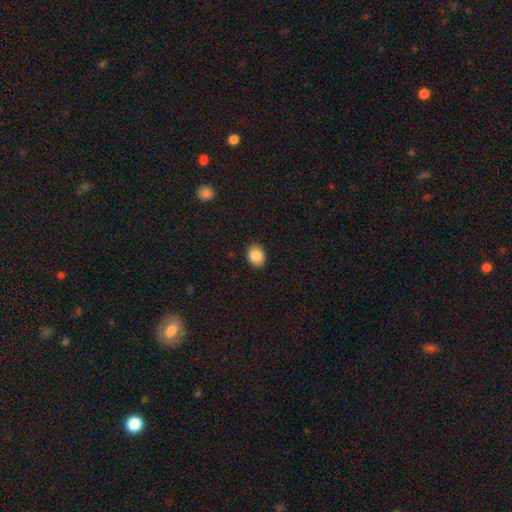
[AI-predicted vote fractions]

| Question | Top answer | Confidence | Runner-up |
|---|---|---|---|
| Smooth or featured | smooth | 87% | star or artifact (8%) |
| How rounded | in between | 58% | round (41%) |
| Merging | none | 87% | minor disturbance (10%) |